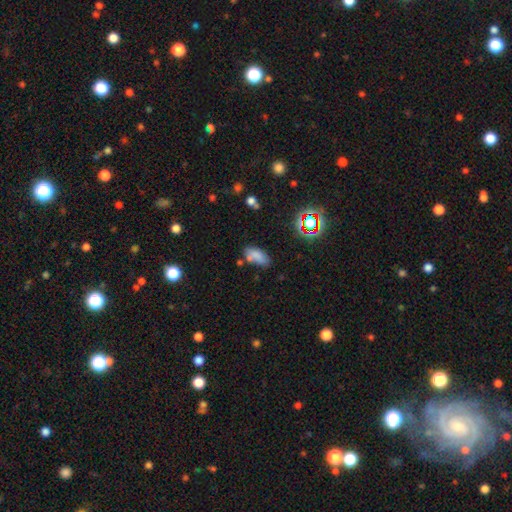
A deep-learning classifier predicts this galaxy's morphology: Q: Smooth or featured?
A: smooth (73%); runner-up: star or artifact (15%)
Q: How rounded?
A: in between (89%); runner-up: cigar-shaped (7%)
Q: Merging?
A: none (55%); runner-up: minor disturbance (24%)